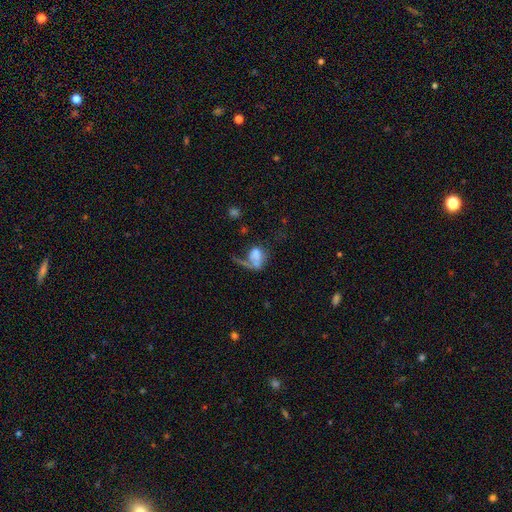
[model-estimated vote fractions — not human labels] Q: Smooth or featured?
A: smooth (49%); runner-up: featured or disk (39%)
Q: Merging?
A: major disturbance (43%); runner-up: merger (23%)